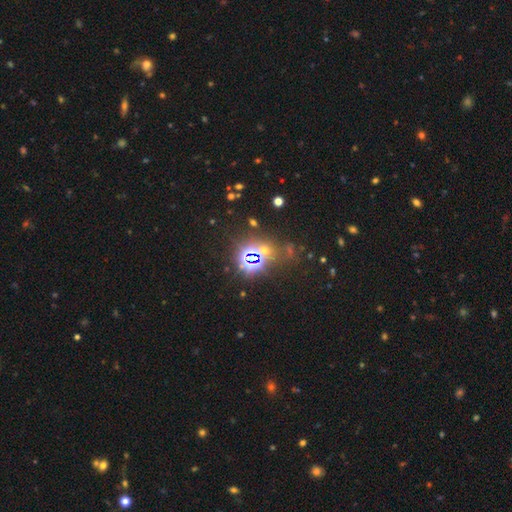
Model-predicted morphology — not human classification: Smooth or featured? Predicted: star or artifact (p=0.75).